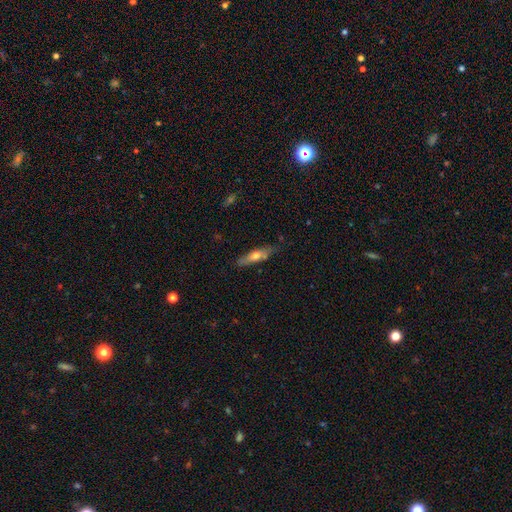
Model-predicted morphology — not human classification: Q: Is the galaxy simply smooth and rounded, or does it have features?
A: smooth — 55%.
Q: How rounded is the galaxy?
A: cigar-shaped — 74%.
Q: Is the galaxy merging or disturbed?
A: none — 75%.